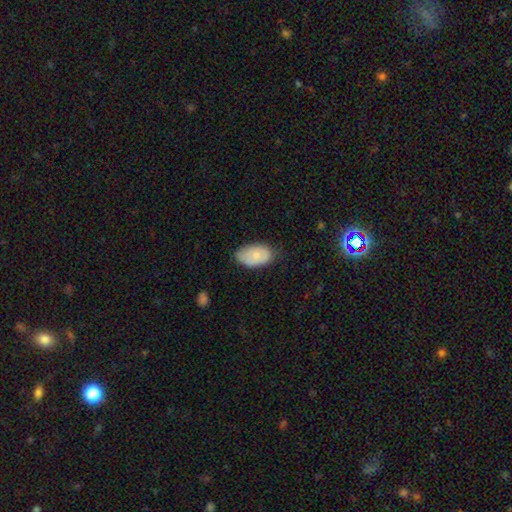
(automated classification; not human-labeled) Smooth or featured? Predicted: smooth (p=0.76). How rounded? Predicted: in between (p=0.93). Merging? Predicted: none (p=0.68).